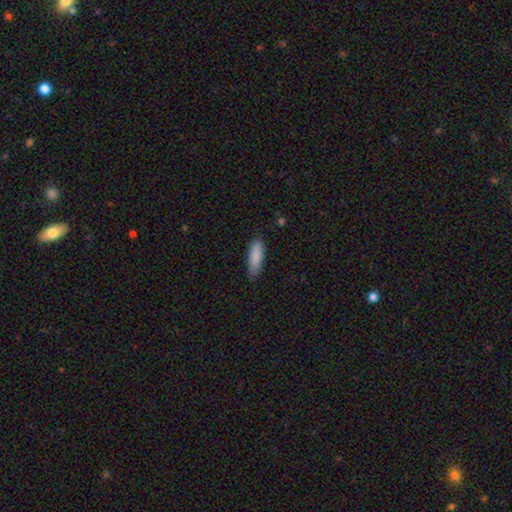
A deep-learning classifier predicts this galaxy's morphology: A smooth galaxy with no disk features (88%) that is in between round and cigar-shaped (54%). Merging: none (74%).